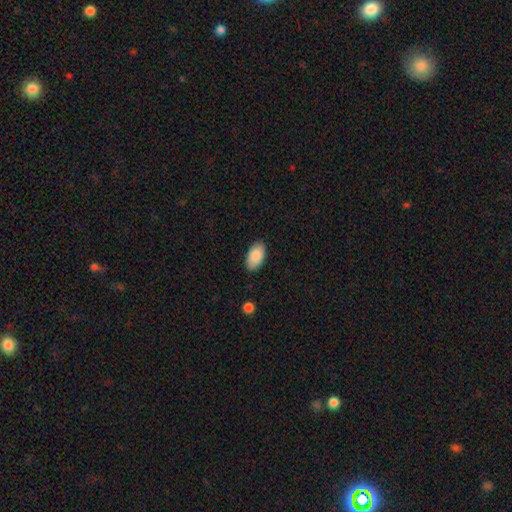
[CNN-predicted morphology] This appears to be a smooth galaxy with no disk features (89%) that is in between round and cigar-shaped (95%). Merging: none (87%).